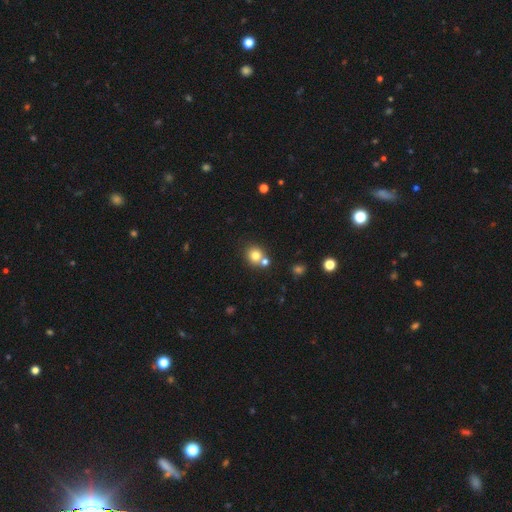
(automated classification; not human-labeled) Smooth or featured: smooth — 78% (star or artifact — 13%)
How rounded: round — 83% (in between — 16%)
Merging: none — 58% (merger — 32%)